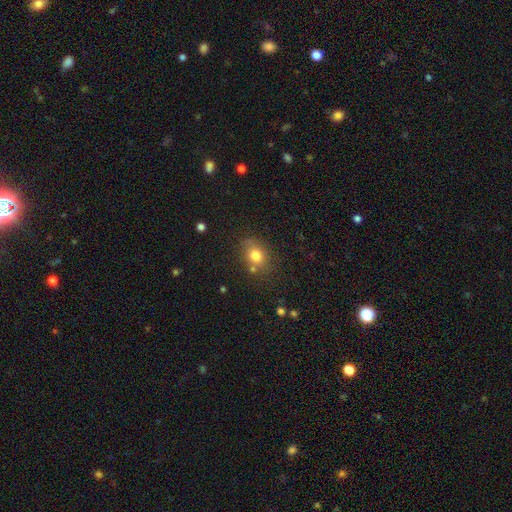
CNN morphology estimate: Smooth or featured: smooth — 78% (star or artifact — 12%)
How rounded: round — 54% (in between — 45%)
Merging: none — 70% (minor disturbance — 15%)